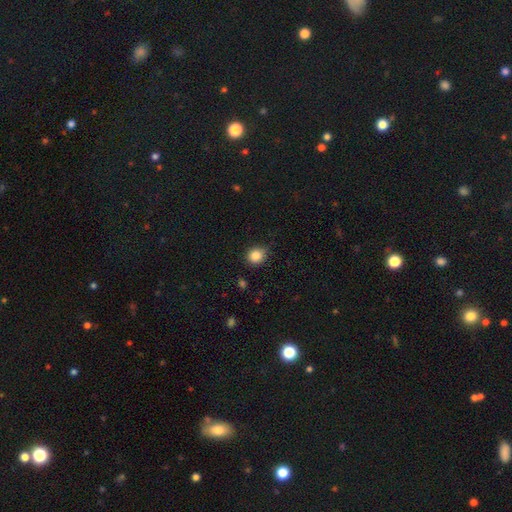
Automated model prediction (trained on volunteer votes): Smooth or featured?
  - smooth: 85% *
  - star or artifact: 10%
  - featured or disk: 4%
How rounded?
  - round: 81% *
  - in between: 18%
  - cigar-shaped: 1%
Merging?
  - none: 78% *
  - minor disturbance: 18%
  - major disturbance: 3%
  - merger: 1%